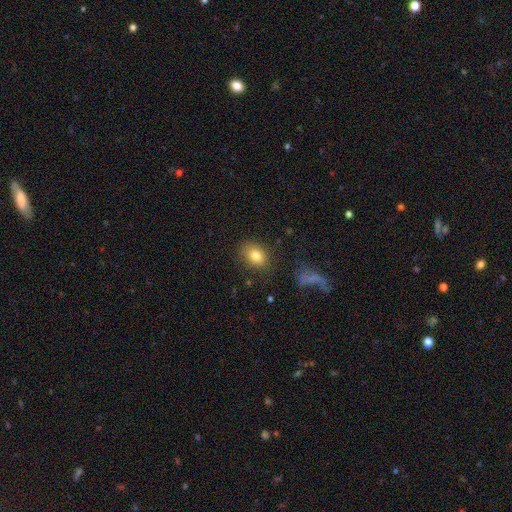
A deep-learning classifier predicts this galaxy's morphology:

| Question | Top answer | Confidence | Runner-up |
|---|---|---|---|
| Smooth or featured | smooth | 81% | star or artifact (10%) |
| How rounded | in between | 62% | round (37%) |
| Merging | none | 81% | minor disturbance (13%) |